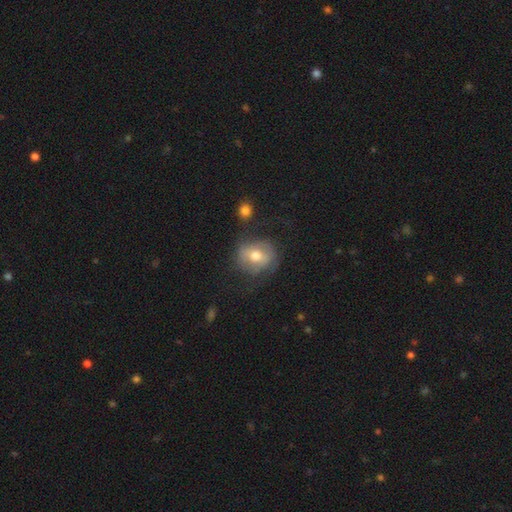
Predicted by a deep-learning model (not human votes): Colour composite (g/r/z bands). It shows a smooth galaxy with no disk features (49%). Merging: none (59%).